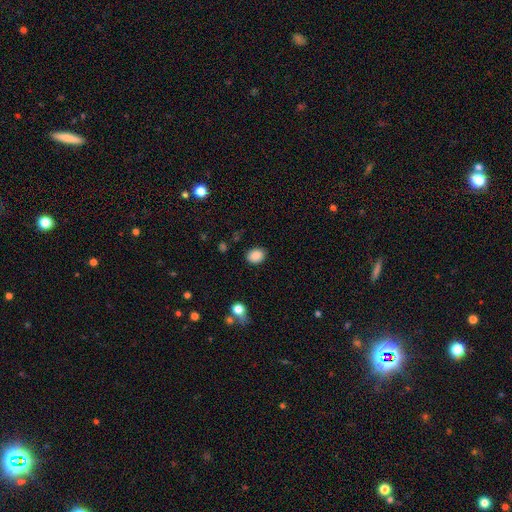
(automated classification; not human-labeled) Smooth or featured?
  - smooth: 87% *
  - star or artifact: 9%
  - featured or disk: 3%
How rounded?
  - in between: 53% *
  - round: 46%
  - cigar-shaped: 1%
Merging?
  - none: 86% *
  - minor disturbance: 10%
  - major disturbance: 3%
  - merger: 2%